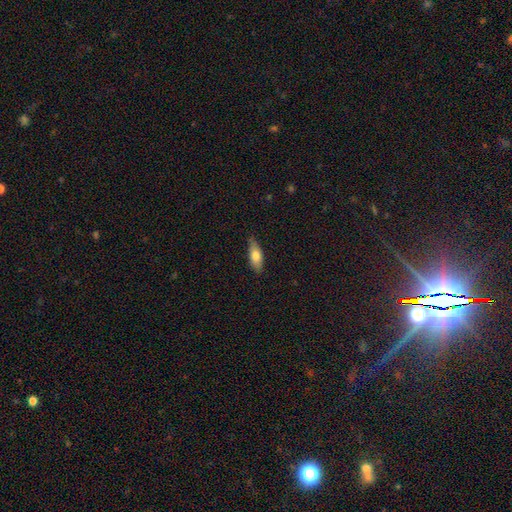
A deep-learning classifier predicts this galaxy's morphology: Smooth or featured? Predicted: smooth (p=0.72). How rounded? Predicted: in between (p=0.69). Merging? Predicted: none (p=0.80).